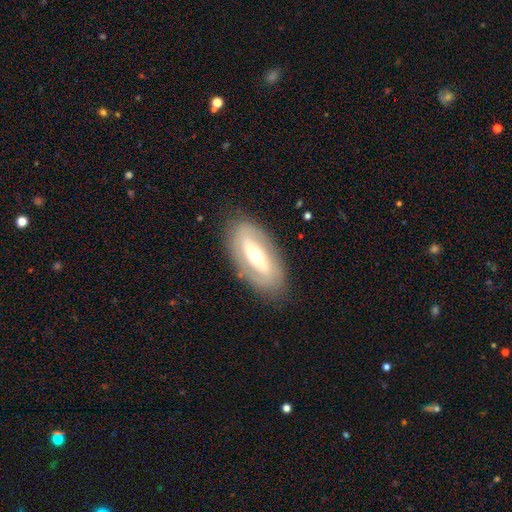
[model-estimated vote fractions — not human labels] A featured or disk galaxy (68%) with a strong bar (38%), spiral arms (60%) and a moderate central bulge (60%). Merging: none (84%).